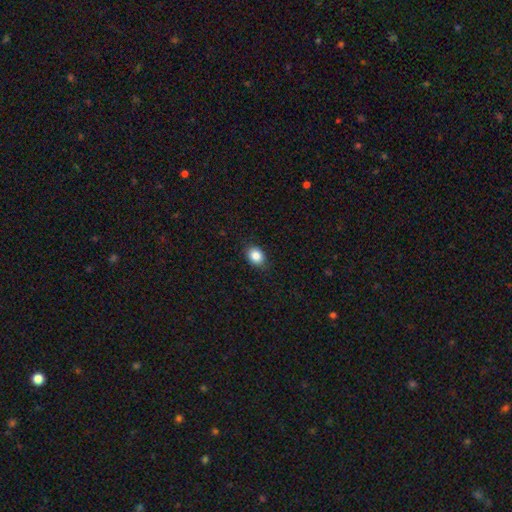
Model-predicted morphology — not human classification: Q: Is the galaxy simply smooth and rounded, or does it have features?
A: smooth — 86%.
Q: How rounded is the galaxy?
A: in between — 56%.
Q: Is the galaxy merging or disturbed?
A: none — 87%.